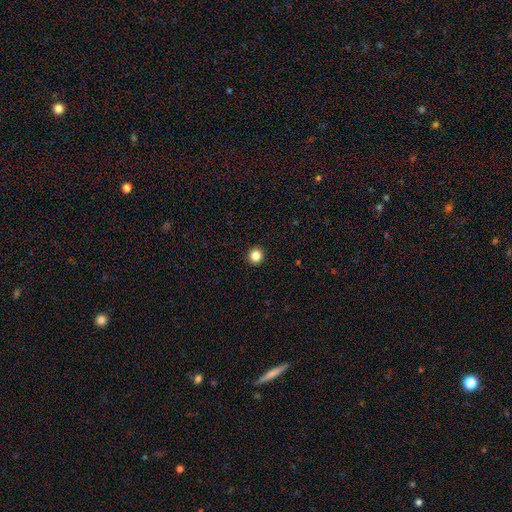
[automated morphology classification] This is clearly a smooth galaxy (85%). How rounded: clearly round (92%). Merging: clearly none (93%).